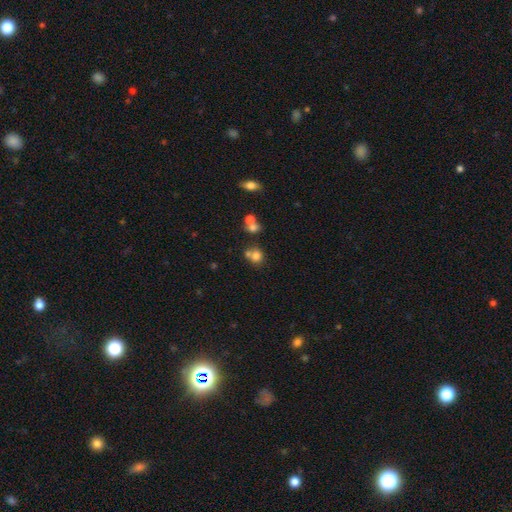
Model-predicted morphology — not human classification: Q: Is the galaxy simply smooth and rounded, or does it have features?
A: smooth — 73%.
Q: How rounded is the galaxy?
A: round — 77%.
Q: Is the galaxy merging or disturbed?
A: none — 48%.